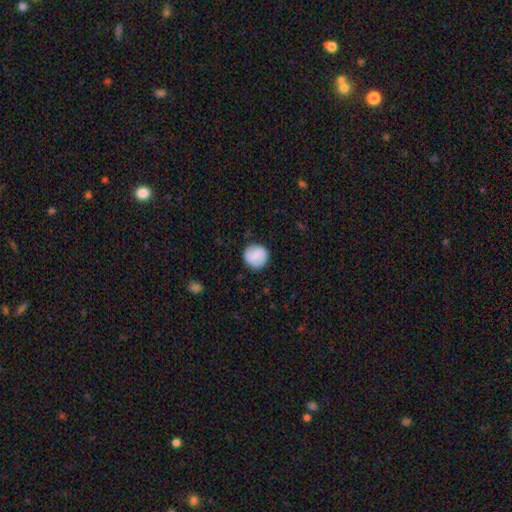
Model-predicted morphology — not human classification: This is possibly a smooth galaxy (58%). How rounded: clearly round (90%). Merging: clearly none (85%).